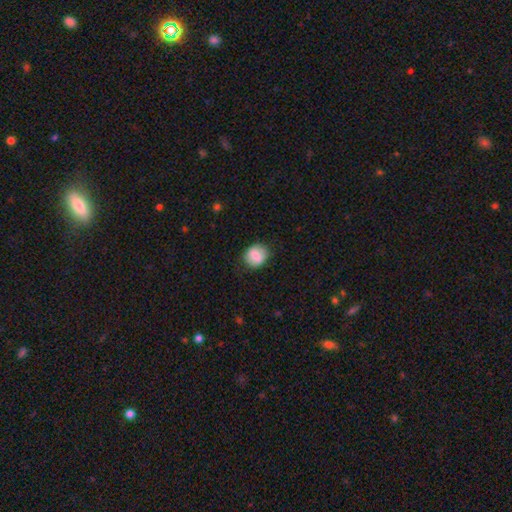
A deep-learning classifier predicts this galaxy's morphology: A smooth galaxy with no disk features (79%) that is round (66%).

Vote fractions:
- Smooth or featured? smooth: 79% / featured or disk: 13% / star or artifact: 7%
- How rounded? round: 66% / in between: 33% / cigar-shaped: 1%
- Merging? none: 80% / minor disturbance: 15% / major disturbance: 4% / merger: 1%